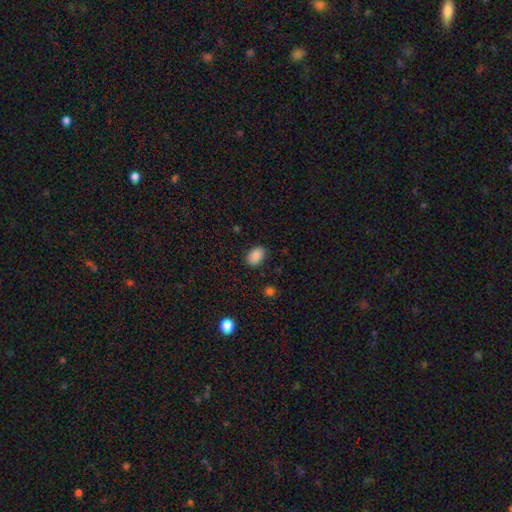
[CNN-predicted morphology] A smooth galaxy with no disk features (87%) that is in between round and cigar-shaped (83%).

Vote fractions:
- Smooth or featured? smooth: 87% / star or artifact: 8% / featured or disk: 5%
- How rounded? in between: 83% / round: 16% / cigar-shaped: 1%
- Merging? none: 86% / minor disturbance: 10% / major disturbance: 2% / merger: 1%